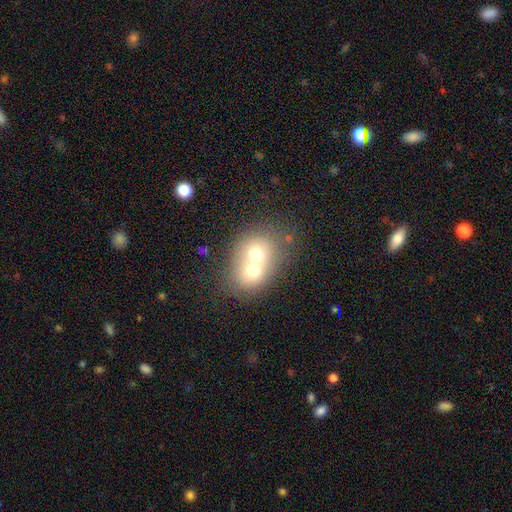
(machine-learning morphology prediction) smooth_or_featured: smooth (p=0.62) [alt: featured or disk p=0.28]
how_rounded: round (p=0.57) [alt: in between p=0.42]
merging: merger (p=0.74) [alt: none p=0.18]